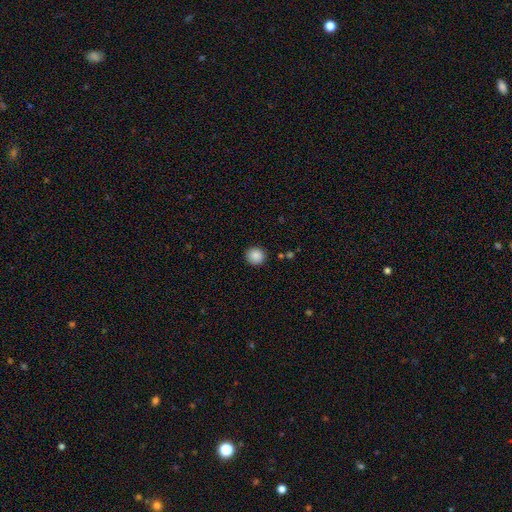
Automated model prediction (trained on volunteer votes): Smooth or featured? Predicted: smooth (p=0.88). How rounded? Predicted: round (p=0.89). Merging? Predicted: none (p=0.90).